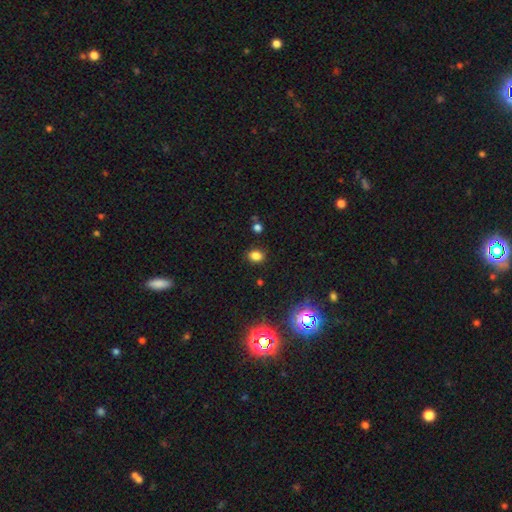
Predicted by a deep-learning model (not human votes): Smooth or featured: smooth — 79% (star or artifact — 16%)
How rounded: in between — 58% (round — 41%)
Merging: none — 84% (minor disturbance — 10%)